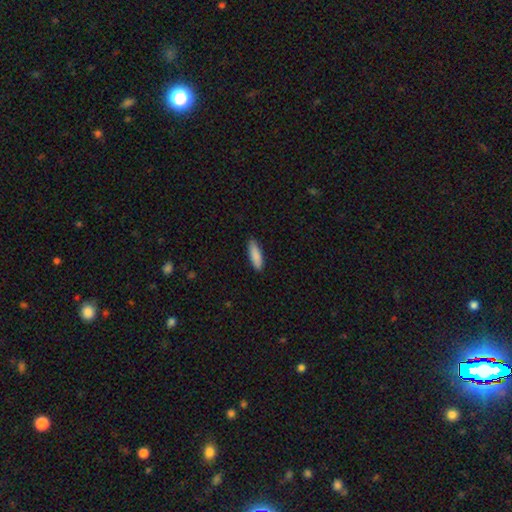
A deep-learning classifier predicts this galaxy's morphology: Q: Smooth or featured?
A: smooth (88%); runner-up: featured or disk (6%)
Q: How rounded?
A: cigar-shaped (58%); runner-up: in between (41%)
Q: Merging?
A: none (87%); runner-up: minor disturbance (10%)